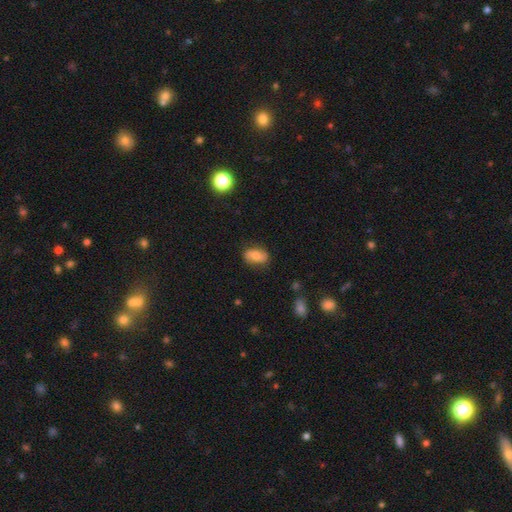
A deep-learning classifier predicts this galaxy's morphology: This appears to be a smooth galaxy with no disk features (69%) that is in between round and cigar-shaped (88%). Merging: none (77%).